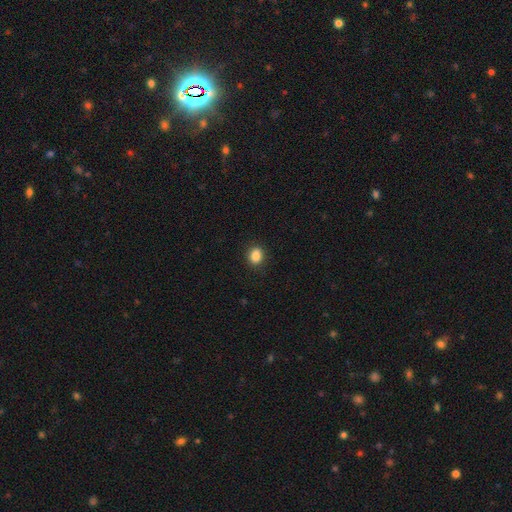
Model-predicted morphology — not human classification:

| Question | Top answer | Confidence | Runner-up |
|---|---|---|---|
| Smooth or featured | smooth | 87% | star or artifact (9%) |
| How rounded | in between | 52% | round (47%) |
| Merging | none | 88% | minor disturbance (9%) |